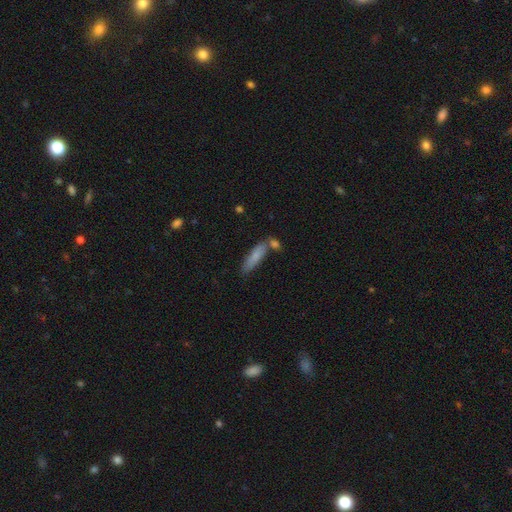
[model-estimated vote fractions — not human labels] Smooth or featured? smooth (79%)
How rounded? cigar-shaped (71%)
Merging? none (63%)